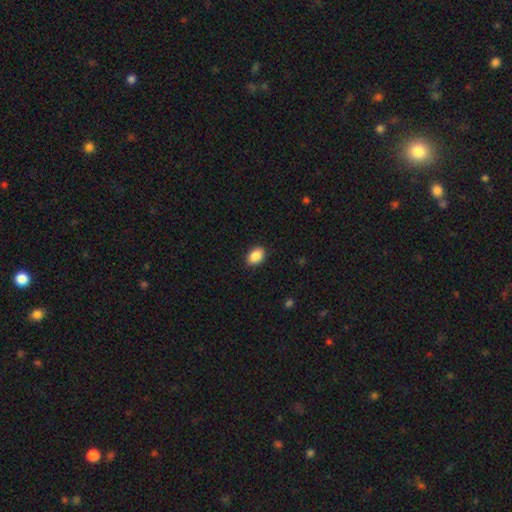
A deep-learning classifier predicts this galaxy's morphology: type=smooth (89%); roundness=in between (84%); merging=none (89%).